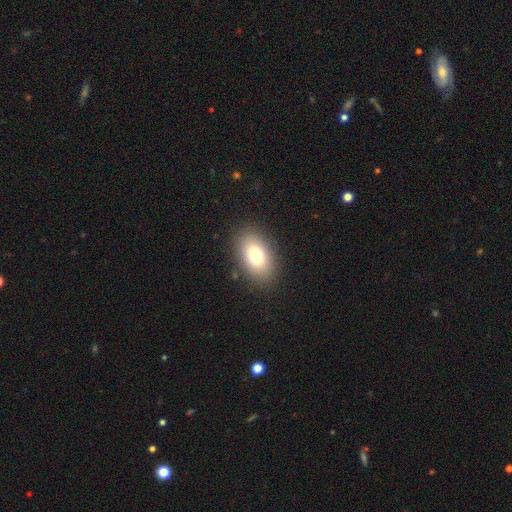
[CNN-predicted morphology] Overall: smooth (77%). How rounded: in between (89%). Merging: none (87%).